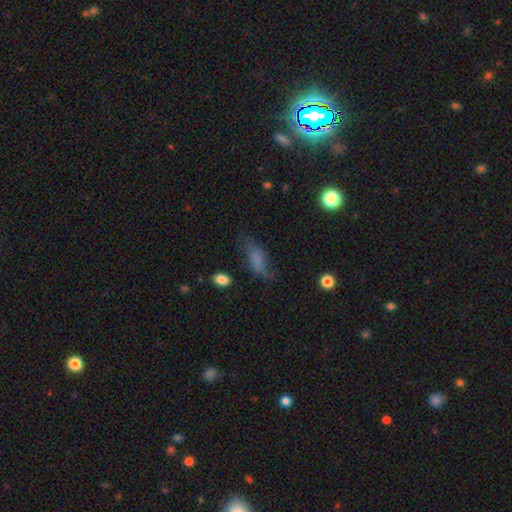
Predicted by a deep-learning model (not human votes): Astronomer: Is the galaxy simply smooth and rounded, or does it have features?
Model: smooth — 55%.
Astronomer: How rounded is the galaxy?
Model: in between — 68%.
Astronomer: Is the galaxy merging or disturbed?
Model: none — 58%.